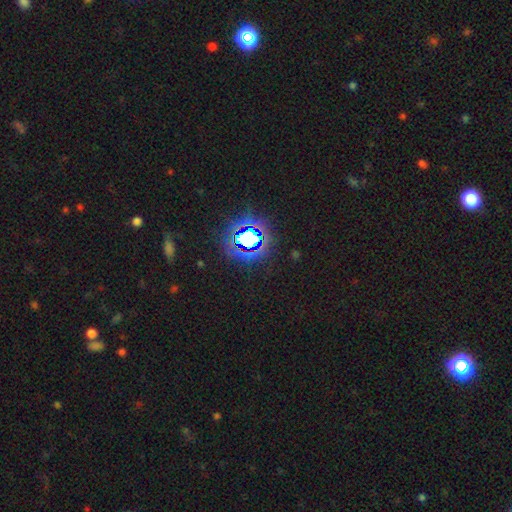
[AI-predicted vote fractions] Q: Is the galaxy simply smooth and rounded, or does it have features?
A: star or artifact — 81%.